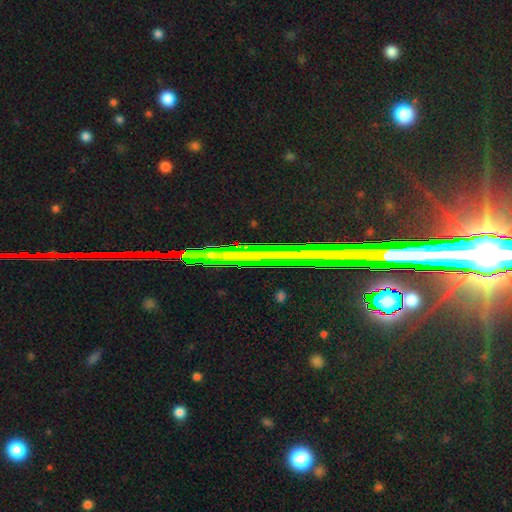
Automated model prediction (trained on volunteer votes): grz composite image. It shows a star or artifact, not a galaxy (71%).